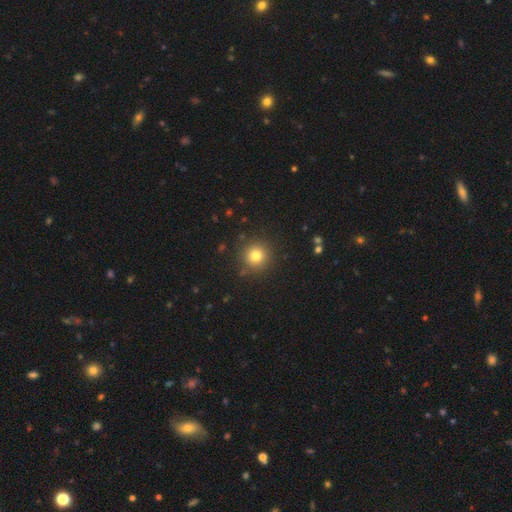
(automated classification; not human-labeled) Overall: smooth (80%). How rounded: round (95%). Merging: none (88%).